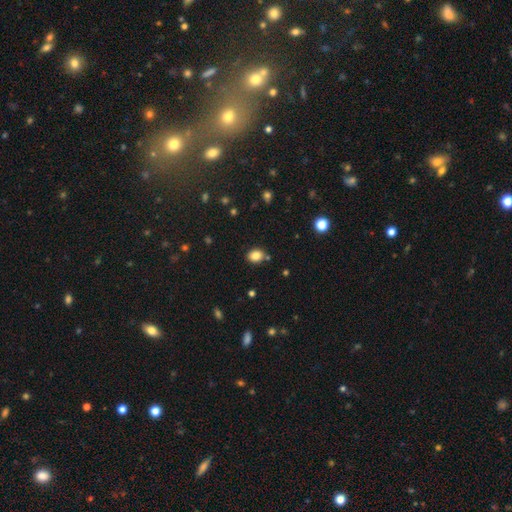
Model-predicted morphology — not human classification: Smooth or featured? Predicted: smooth (p=0.84). How rounded? Predicted: round (p=0.50). Merging? Predicted: none (p=0.82).